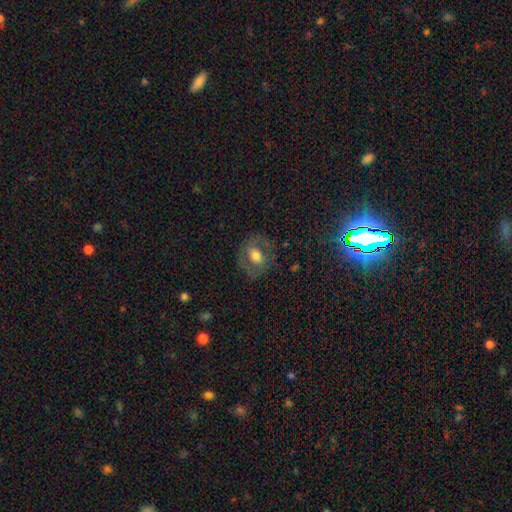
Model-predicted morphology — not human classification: A smooth galaxy with no disk features (52%) that is round (56%). Merging: none (74%).